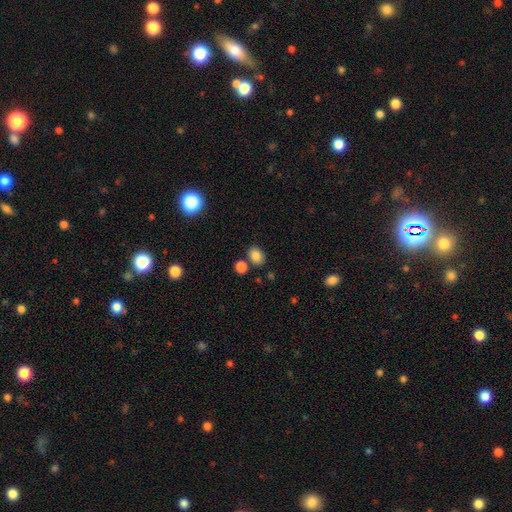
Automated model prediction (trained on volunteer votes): Smooth or featured?
  - smooth: 83% *
  - star or artifact: 10%
  - featured or disk: 6%
How rounded?
  - in between: 64% *
  - round: 35%
  - cigar-shaped: 1%
Merging?
  - none: 76% *
  - merger: 11%
  - minor disturbance: 10%
  - major disturbance: 3%